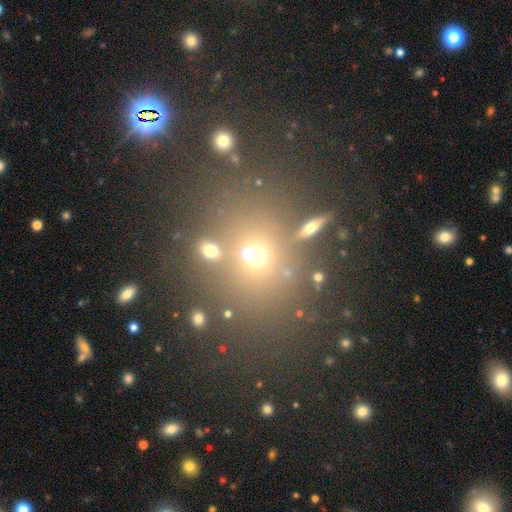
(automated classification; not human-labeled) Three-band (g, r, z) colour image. It shows a smooth galaxy with no disk features (50%). Merging: none (71%).